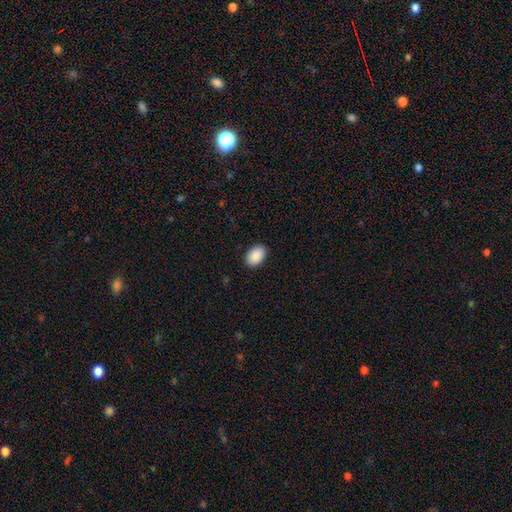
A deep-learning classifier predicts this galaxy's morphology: The model was most divided on "how rounded": in between: 89%, round: 10%, cigar-shaped: 1%. More confident: smooth or featured — smooth (90%); merging — none (90%).